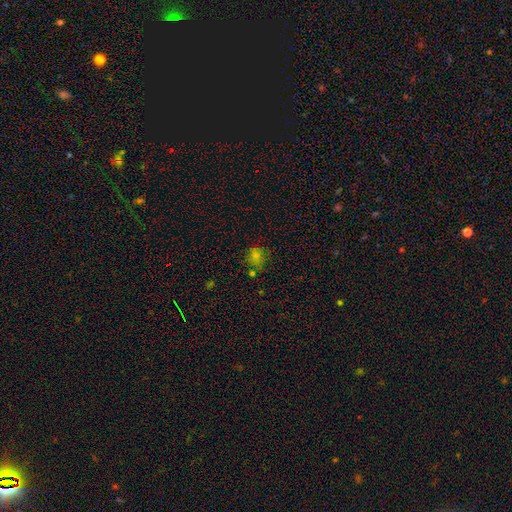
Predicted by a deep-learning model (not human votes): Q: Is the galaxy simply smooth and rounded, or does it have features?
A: smooth — 71%.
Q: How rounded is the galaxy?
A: round — 67%.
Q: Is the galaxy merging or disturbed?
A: none — 67%.